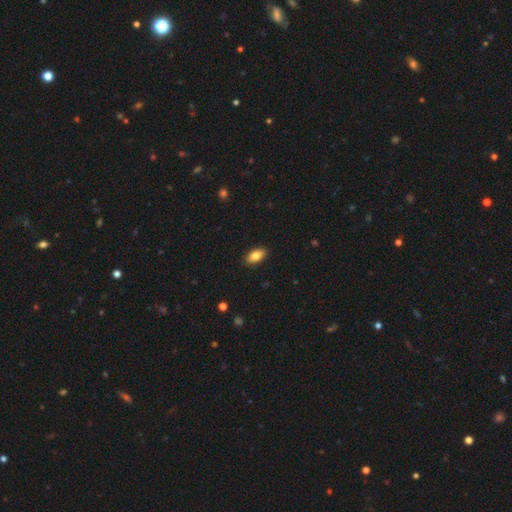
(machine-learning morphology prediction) Q: Smooth or featured?
A: smooth (82%); runner-up: featured or disk (11%)
Q: How rounded?
A: in between (90%); runner-up: cigar-shaped (6%)
Q: Merging?
A: none (89%); runner-up: minor disturbance (8%)